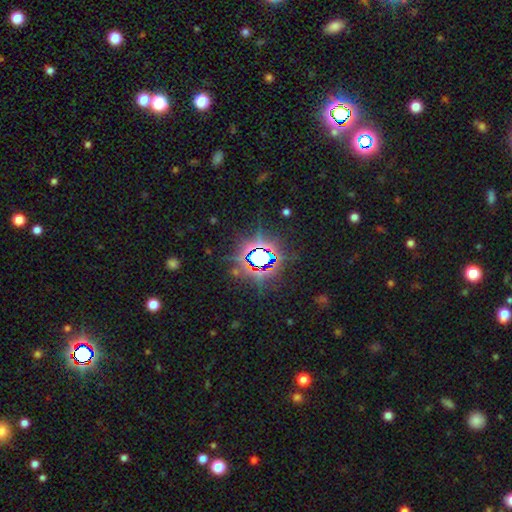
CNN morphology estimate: smooth-or-featured: star or artifact: 79% | smooth: 12% | featured or disk: 9%